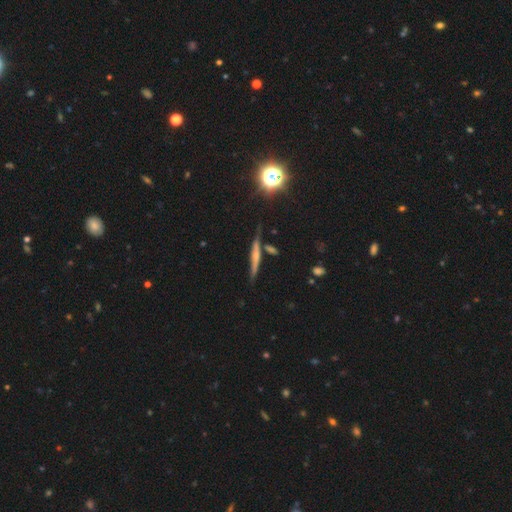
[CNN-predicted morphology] A featured or disk galaxy (57%) viewed edge-on (94%) with a rounded central bulge (58%). Merging: none (74%).